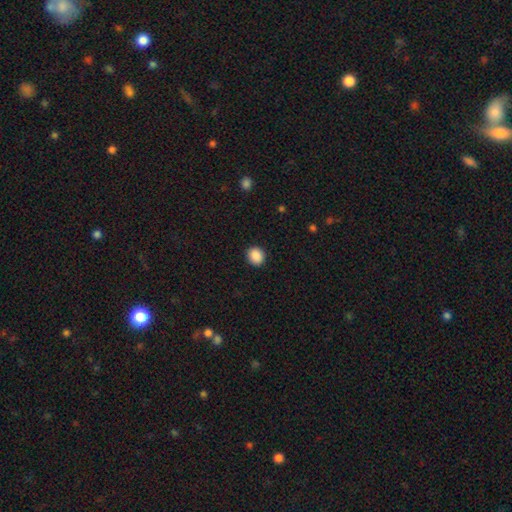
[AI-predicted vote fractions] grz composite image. It shows a smooth galaxy with no disk features (89%) that is round (79%). Merging: none (91%).